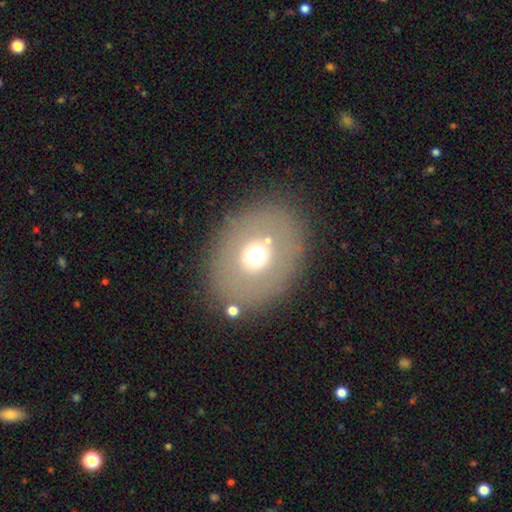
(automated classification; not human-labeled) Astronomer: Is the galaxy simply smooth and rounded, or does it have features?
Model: smooth — 60%.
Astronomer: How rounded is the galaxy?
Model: in between — 50% (runner-up: round, 48%).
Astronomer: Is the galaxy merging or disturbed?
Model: none — 81%.